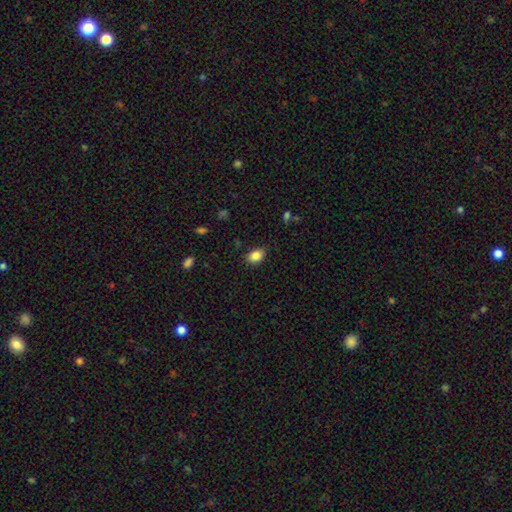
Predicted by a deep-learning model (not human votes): smooth 86%, star or artifact 9%, featured or disk 5%. Down the decision tree: how rounded — in between (81%); merging — none (82%).